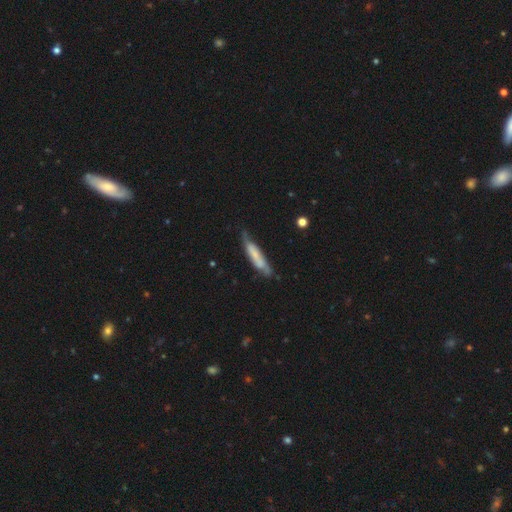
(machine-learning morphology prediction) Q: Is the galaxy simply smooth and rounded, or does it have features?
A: smooth — 48%.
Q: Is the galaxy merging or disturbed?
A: none — 58%.